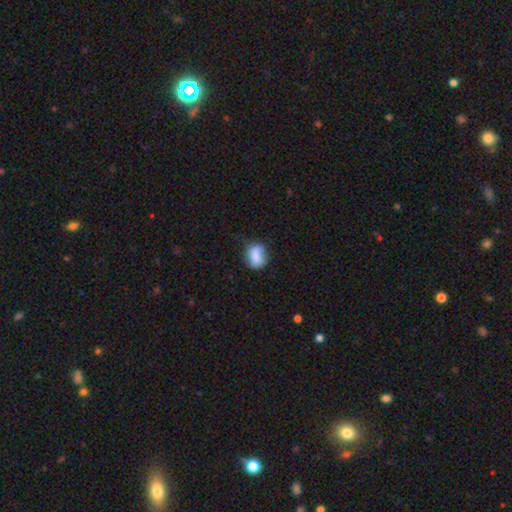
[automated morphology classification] Smooth or featured? smooth (79%)
How rounded? in between (54%)
Merging? none (52%)